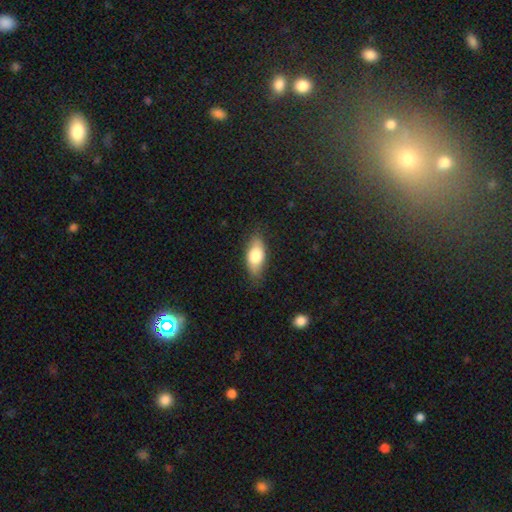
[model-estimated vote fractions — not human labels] Morphology: type=smooth (74%); roundness=in between (84%); merging=none (80%).